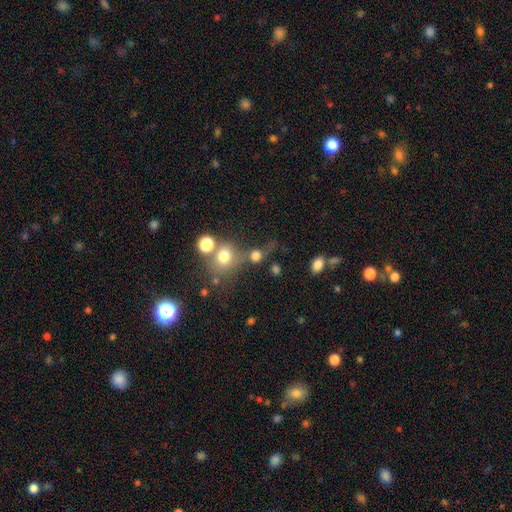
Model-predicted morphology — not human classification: type=smooth (71%); roundness=round (77%); merging=none (43%).